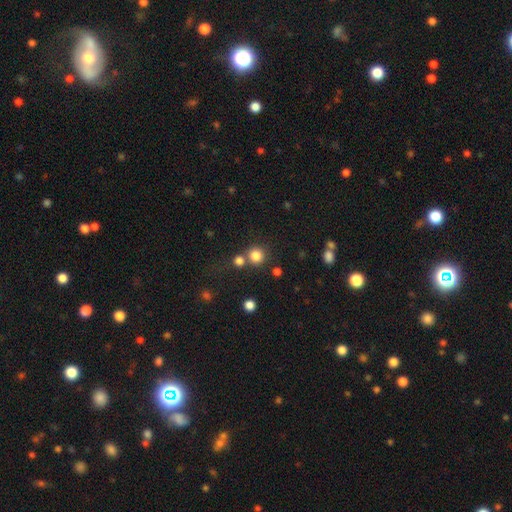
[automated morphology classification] The model was most divided on "merging": none: 70%, merger: 19%, minor disturbance: 7%, major disturbance: 3%. More confident: how rounded — round (92%); smooth or featured — smooth (81%).